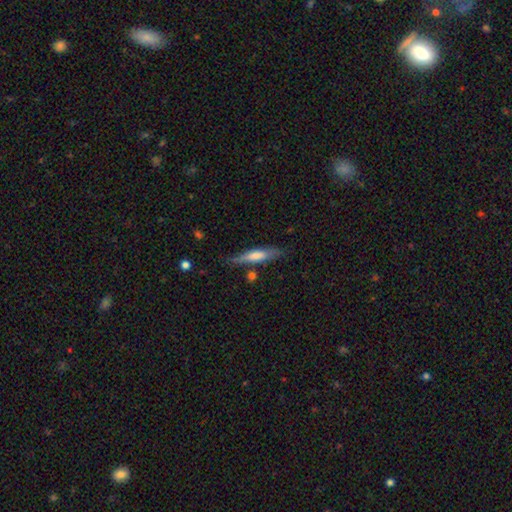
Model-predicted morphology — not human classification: Smooth or featured? smooth (49%)
Merging? none (77%)